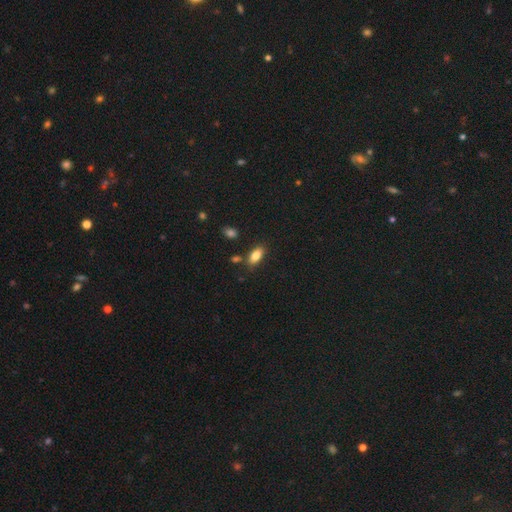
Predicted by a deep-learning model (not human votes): Q: Smooth or featured?
A: smooth (83%); runner-up: featured or disk (9%)
Q: How rounded?
A: in between (88%); runner-up: cigar-shaped (9%)
Q: Merging?
A: none (80%); runner-up: minor disturbance (12%)